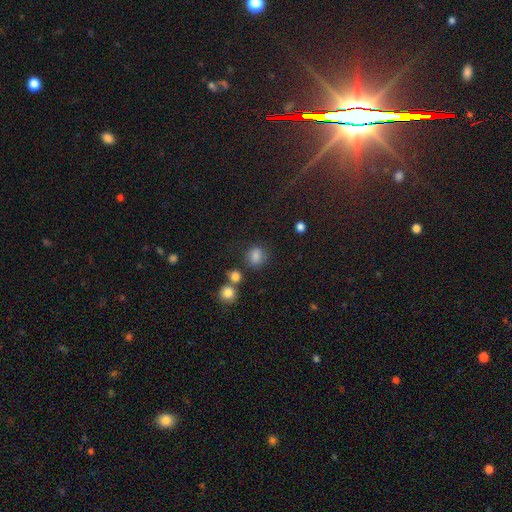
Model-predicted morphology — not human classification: smooth_or_featured: smooth (p=0.80) [alt: star or artifact p=0.14]
how_rounded: round (p=0.70) [alt: in between p=0.29]
merging: none (p=0.71) [alt: minor disturbance p=0.13]